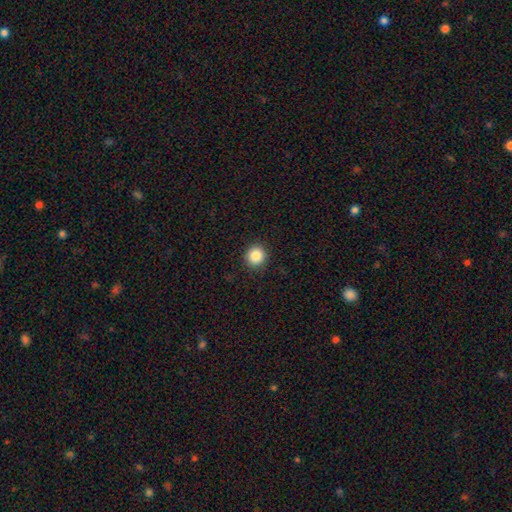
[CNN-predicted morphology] Smooth or featured? Predicted: smooth (p=0.86). How rounded? Predicted: round (p=0.92). Merging? Predicted: none (p=0.92).